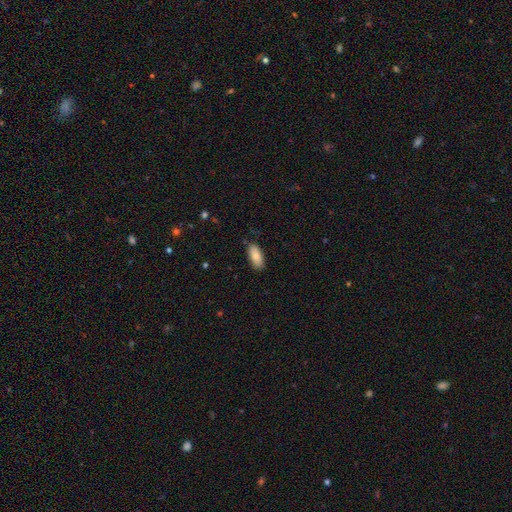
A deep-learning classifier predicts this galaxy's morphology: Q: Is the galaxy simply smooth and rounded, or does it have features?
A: smooth — 83%.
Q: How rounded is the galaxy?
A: in between — 88%.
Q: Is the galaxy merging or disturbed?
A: none — 83%.